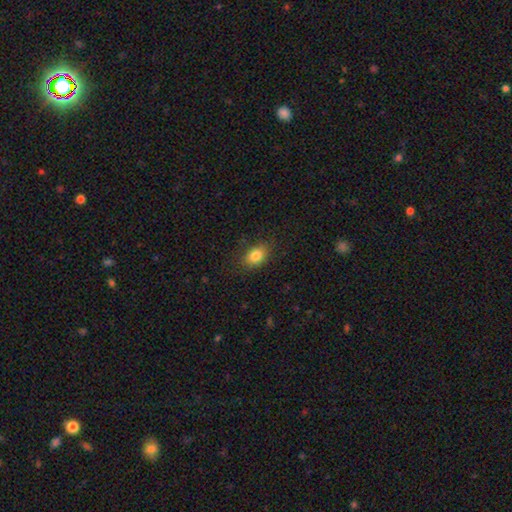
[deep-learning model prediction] Q: Smooth or featured?
A: smooth (82%); runner-up: star or artifact (10%)
Q: How rounded?
A: in between (71%); runner-up: round (27%)
Q: Merging?
A: none (82%); runner-up: minor disturbance (13%)